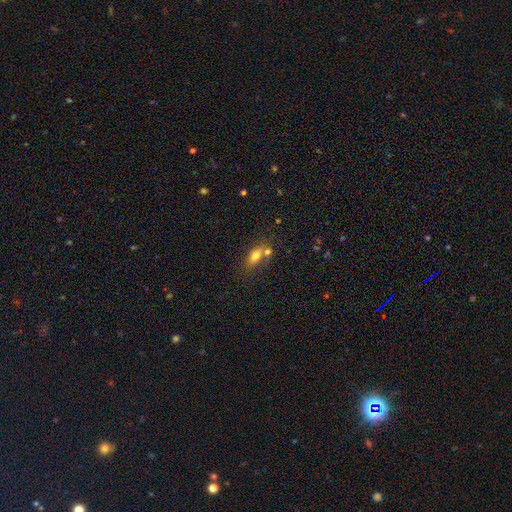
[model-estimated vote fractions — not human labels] smooth_or_featured: smooth (p=0.71) [alt: featured or disk p=0.17]
how_rounded: in between (p=0.78) [alt: round p=0.12]
merging: none (p=0.48) [alt: merger p=0.33]